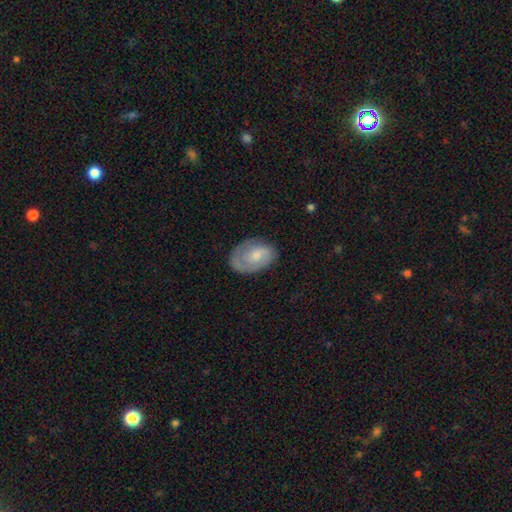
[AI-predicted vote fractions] A smooth galaxy with no disk features (53%) that is in between round and cigar-shaped (85%). Merging: none (67%).